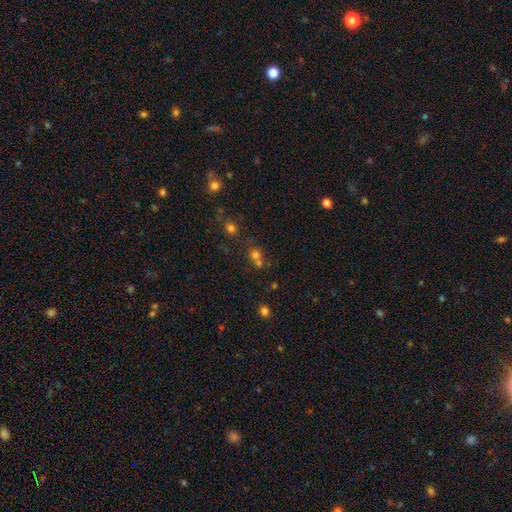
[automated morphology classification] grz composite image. It shows a smooth galaxy with no disk features (59%) that is round (78%). Merging: merger (44%).